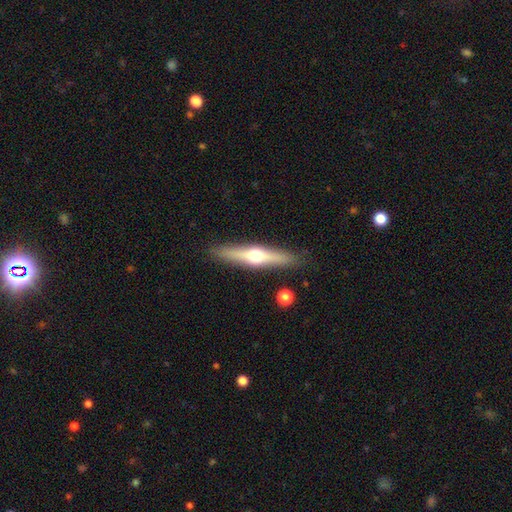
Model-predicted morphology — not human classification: smooth_or_featured: featured or disk (p=0.62) [alt: smooth p=0.33]
disk_edge_on: yes (p=0.95) [alt: no p=0.05]
edge_on_bulge: rounded (p=0.94) [alt: none p=0.03]
merging: none (p=0.89) [alt: minor disturbance p=0.08]